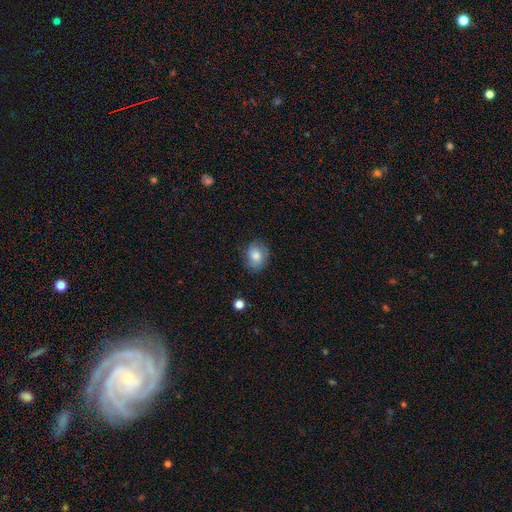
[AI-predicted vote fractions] This appears to be a smooth galaxy with no disk features (75%) that is round (58%). Merging: none (77%).